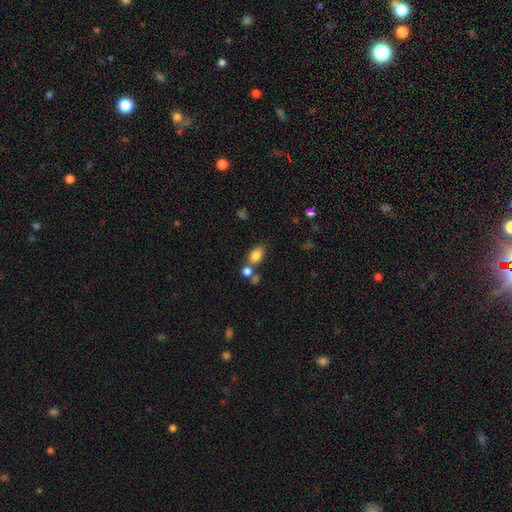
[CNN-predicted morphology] Smooth or featured? smooth (82%)
How rounded? in between (78%)
Merging? none (53%)